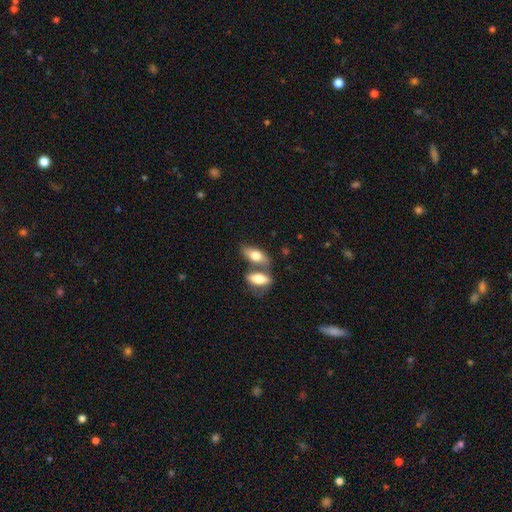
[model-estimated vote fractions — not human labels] This is likely a smooth galaxy (72%). How rounded: clearly in between (80%). Merging: marginally merger (44%).